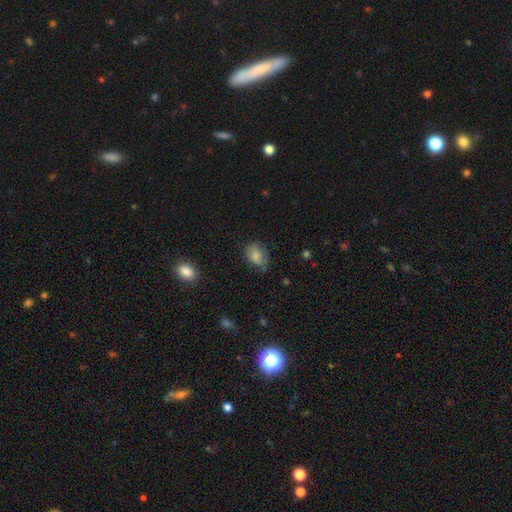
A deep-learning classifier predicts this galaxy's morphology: The model was most divided on "merging": none: 57%, minor disturbance: 30%, major disturbance: 11%, merger: 2%. More confident: smooth or featured — smooth (71%); how rounded — in between (70%).